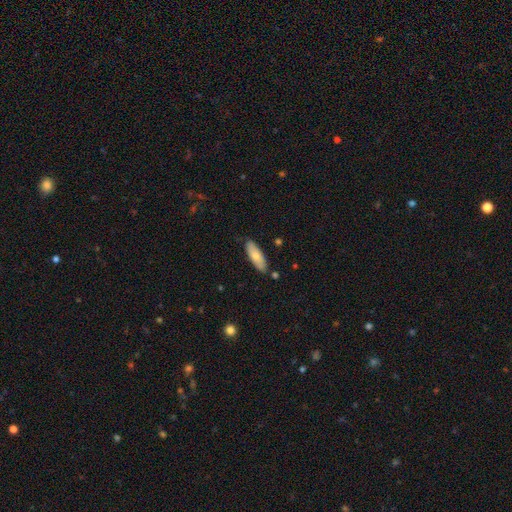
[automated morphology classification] Smooth or featured: smooth — 71% (featured or disk — 23%)
How rounded: in between — 62% (cigar-shaped — 36%)
Merging: none — 84% (minor disturbance — 12%)